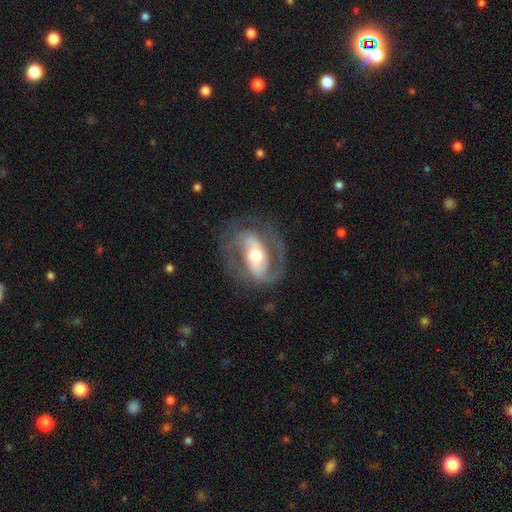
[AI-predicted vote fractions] The model was most divided on "bar": strong: 44%, weak: 34%, no: 22%. More confident: edge-on disk — no (96%); spiral arms — yes (94%); spiral arm count — 2 (88%); smooth or featured — featured or disk (88%); merging — none (75%); bulge size — moderate (65%); spiral winding — medium (52%).